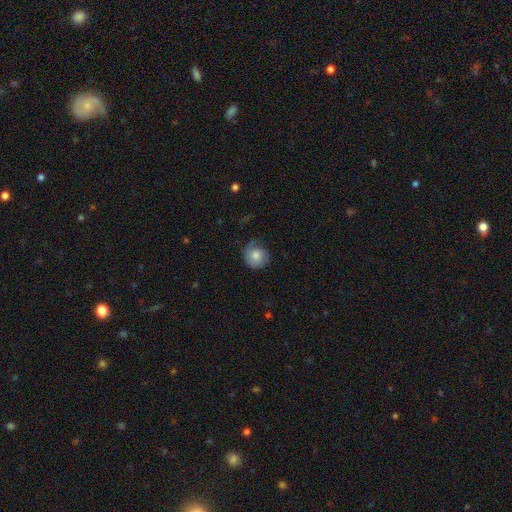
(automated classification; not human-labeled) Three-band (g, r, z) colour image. It shows a smooth galaxy with no disk features (69%) that is round (86%). Merging: none (58%).